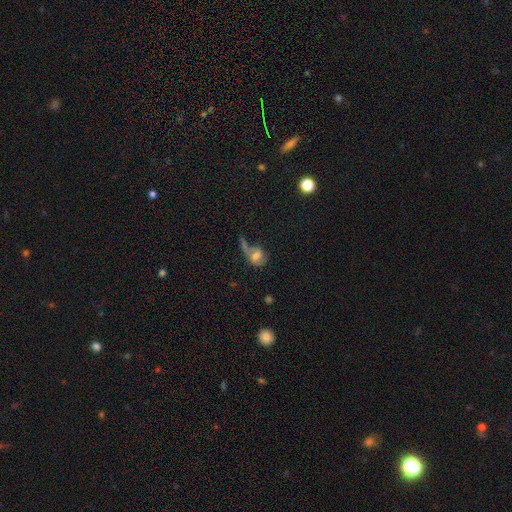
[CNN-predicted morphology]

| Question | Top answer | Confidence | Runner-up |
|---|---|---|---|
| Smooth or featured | smooth | 53% | featured or disk (33%) |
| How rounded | in between | 53% | round (44%) |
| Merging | major disturbance | 30% | none (28%) |